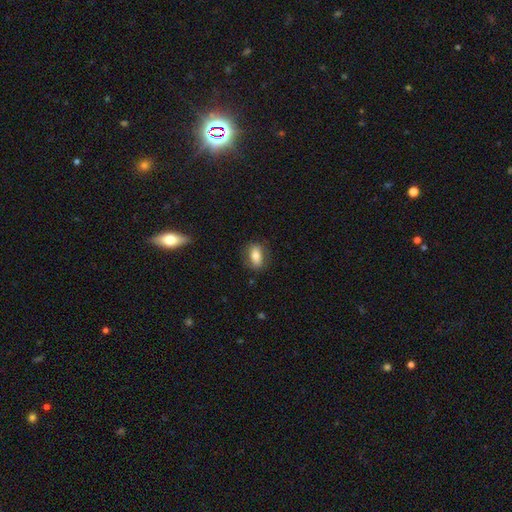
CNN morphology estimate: This appears to be a smooth galaxy with no disk features (73%) that is in between round and cigar-shaped (82%). Merging: none (80%).